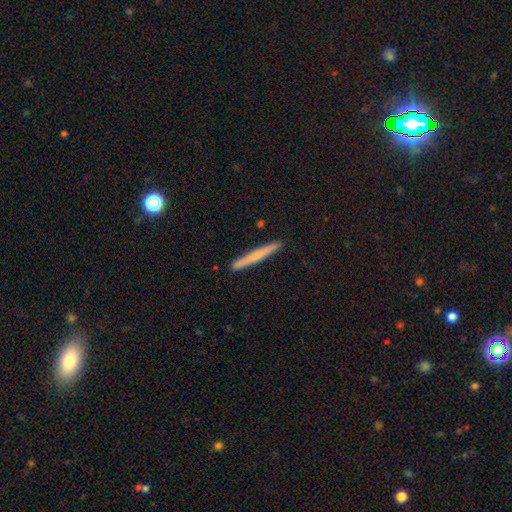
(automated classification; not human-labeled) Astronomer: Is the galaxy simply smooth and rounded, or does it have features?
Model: smooth — 58% (runner-up: featured or disk, 36%).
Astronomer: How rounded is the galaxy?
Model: cigar-shaped — 97%.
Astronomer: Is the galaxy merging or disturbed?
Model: none — 91%.